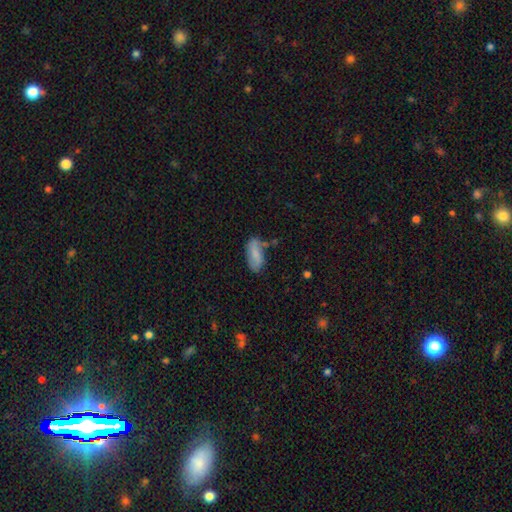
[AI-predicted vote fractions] Smooth or featured? smooth (75%)
How rounded? in between (87%)
Merging? none (58%)